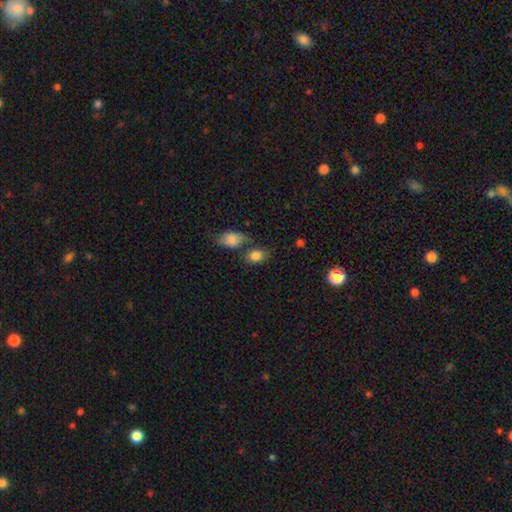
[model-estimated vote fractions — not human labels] Smooth or featured? smooth (83%)
How rounded? in between (69%)
Merging? none (53%)